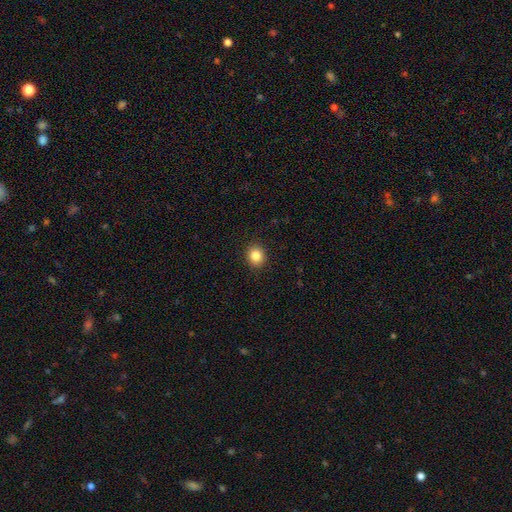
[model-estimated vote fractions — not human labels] This is clearly a smooth galaxy (85%). How rounded: likely round (75%). Merging: clearly none (91%).